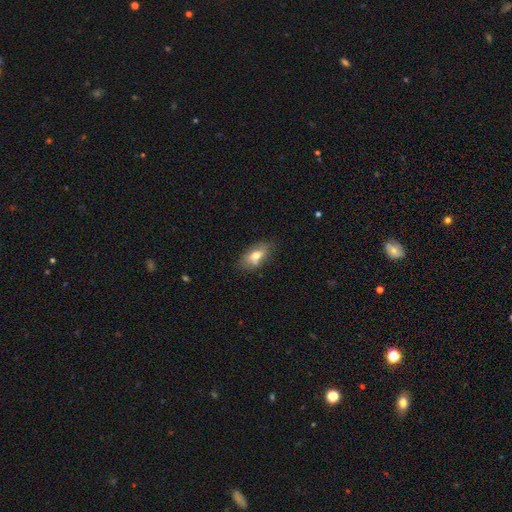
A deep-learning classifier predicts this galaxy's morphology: Overall: smooth (66%). How rounded: in between (86%). Merging: none (70%).